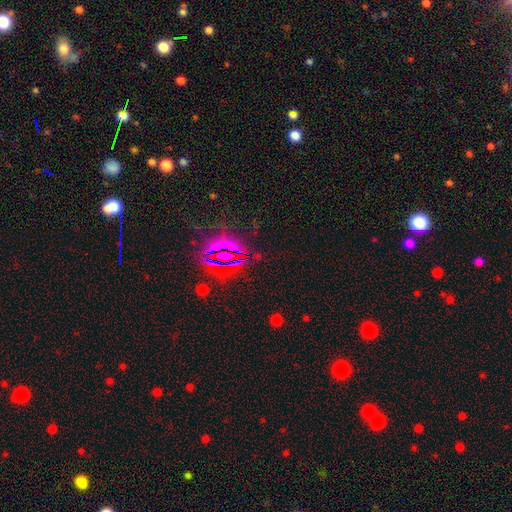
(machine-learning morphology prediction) Smooth or featured?
  - star or artifact: 80% *
  - smooth: 11%
  - featured or disk: 9%